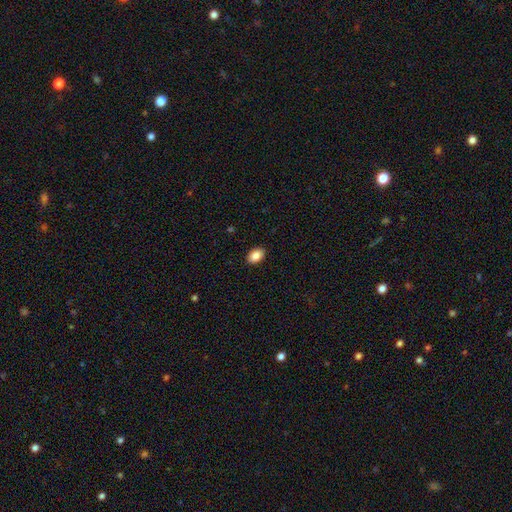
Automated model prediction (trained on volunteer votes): Q: Smooth or featured?
A: smooth (86%); runner-up: star or artifact (8%)
Q: How rounded?
A: in between (87%); runner-up: round (12%)
Q: Merging?
A: none (90%); runner-up: minor disturbance (7%)